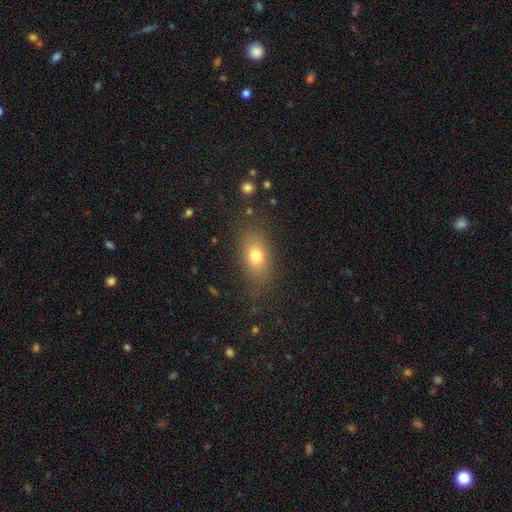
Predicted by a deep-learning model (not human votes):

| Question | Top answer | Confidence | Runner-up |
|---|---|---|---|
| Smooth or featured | smooth | 75% | featured or disk (14%) |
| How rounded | in between | 80% | round (14%) |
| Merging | none | 79% | minor disturbance (14%) |